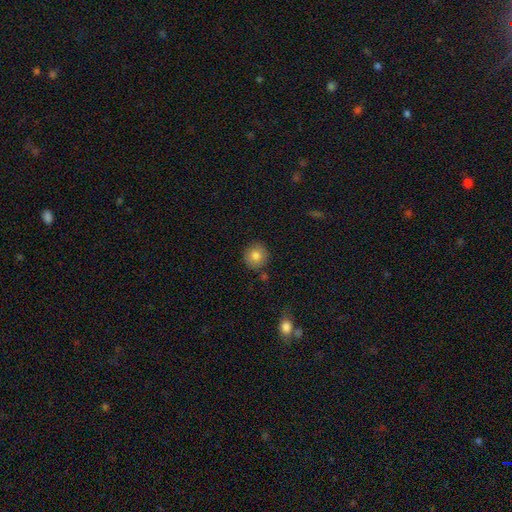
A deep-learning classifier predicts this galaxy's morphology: Q: Smooth or featured?
A: smooth (82%); runner-up: star or artifact (9%)
Q: How rounded?
A: round (91%); runner-up: in between (8%)
Q: Merging?
A: none (84%); runner-up: minor disturbance (10%)